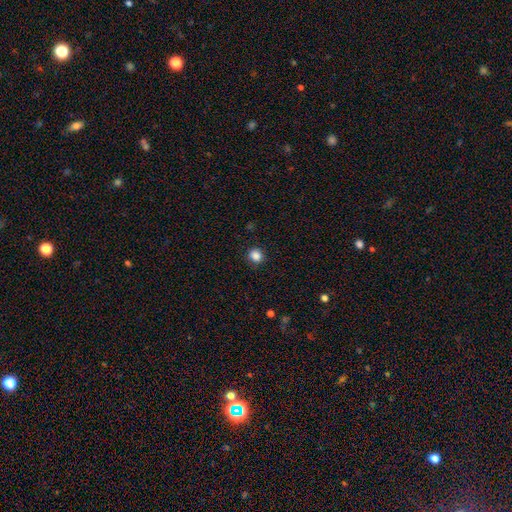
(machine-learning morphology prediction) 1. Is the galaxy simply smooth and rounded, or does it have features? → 86% smooth, 11% star or artifact, 3% featured or disk.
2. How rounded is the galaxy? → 83% round, 16% in between, 1% cigar-shaped.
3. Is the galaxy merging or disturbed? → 89% none, 8% minor disturbance, 2% major disturbance, 1% merger.